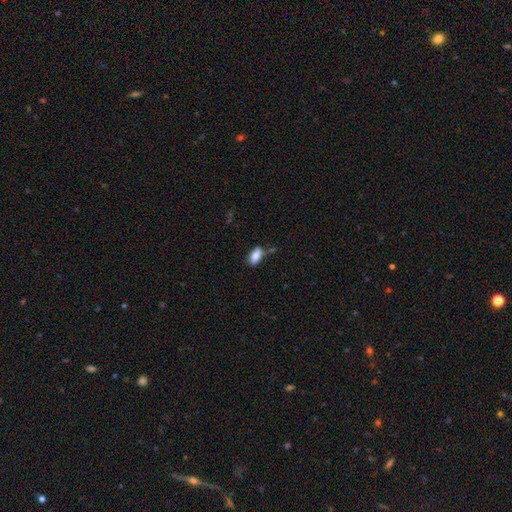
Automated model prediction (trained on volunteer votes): The model was most divided on "merging": none: 71%, minor disturbance: 18%, merger: 7%, major disturbance: 4%. More confident: how rounded — in between (88%); smooth or featured — smooth (87%).